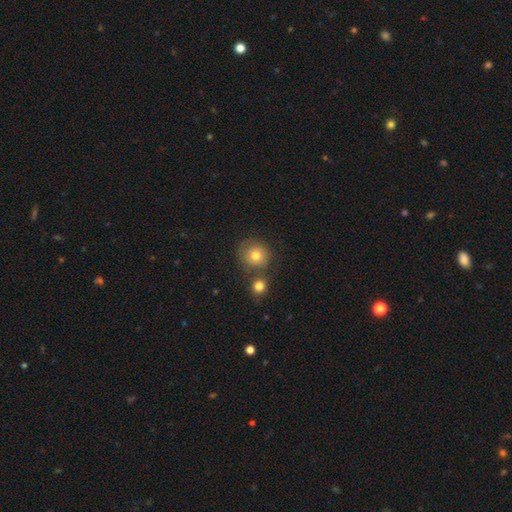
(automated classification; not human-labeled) The model was most divided on "merging": none: 63%, merger: 21%, minor disturbance: 12%, major disturbance: 4%. More confident: how rounded — round (90%); smooth or featured — smooth (77%).